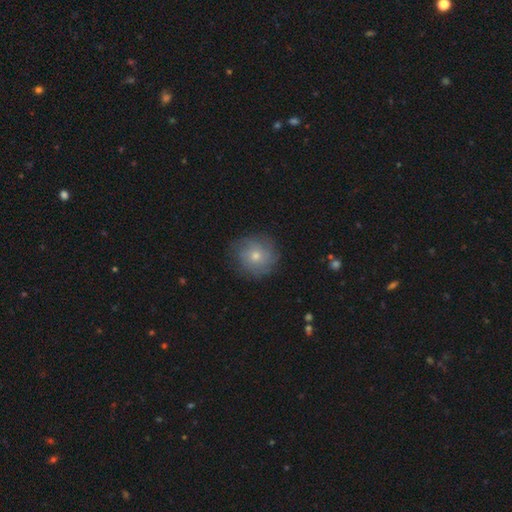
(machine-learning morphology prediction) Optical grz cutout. It shows a smooth galaxy with no disk features (47%). Merging: none (81%).